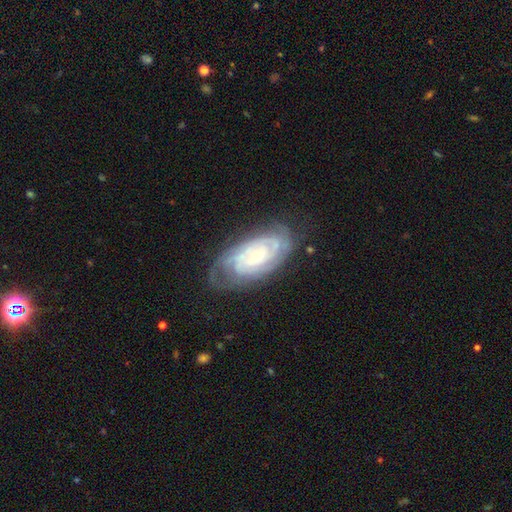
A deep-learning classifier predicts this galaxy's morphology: smooth-or-featured: featured or disk: 83% | smooth: 11% | star or artifact: 6%
  disk-edge-on: no: 95% | yes: 5%
    bar: no: 73% | weak: 22% | strong: 6%
    has-spiral-arms: yes: 95% | no: 5%
      spiral-winding: tight: 76% | medium: 20% | loose: 4%
      spiral-arm-count: can't tell: 40% | 2: 25% | 3: 15% | 4: 10% | more than 4: 5% | 1: 5%
    bulge-size: small: 63% | moderate: 31% | large: 3% | none: 2% | dominant: 1%
  merging: none: 69% | minor disturbance: 21% | major disturbance: 9% | merger: 2%